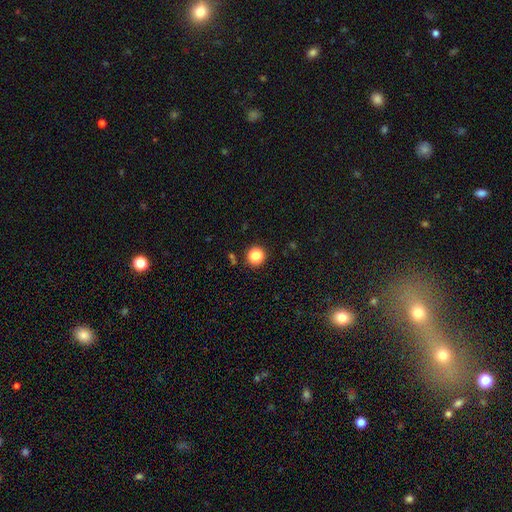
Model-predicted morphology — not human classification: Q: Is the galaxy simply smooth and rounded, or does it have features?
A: smooth — 86%.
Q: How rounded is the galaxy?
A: round — 93%.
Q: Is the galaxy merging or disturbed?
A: none — 89%.